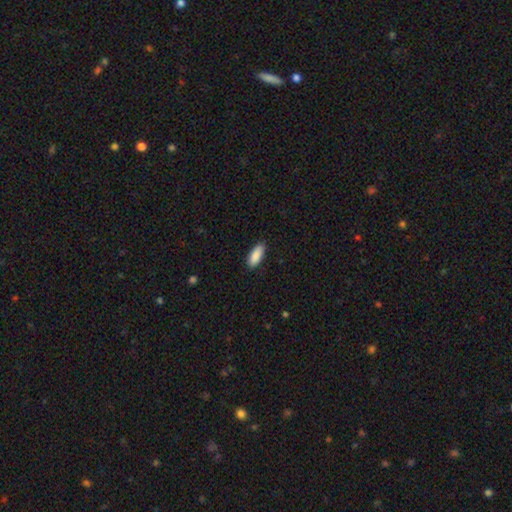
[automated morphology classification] Overall: smooth (90%). How rounded: in between (72%). Merging: none (88%).